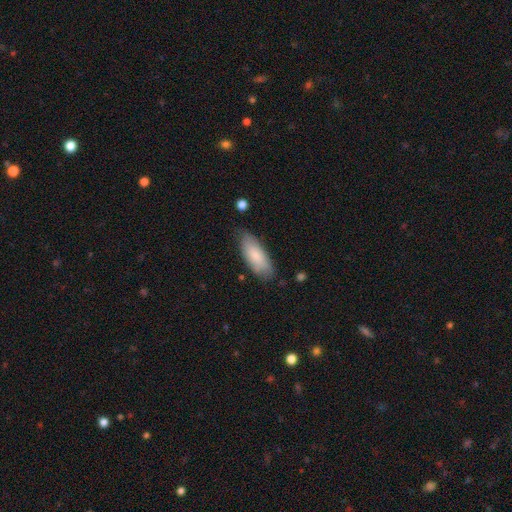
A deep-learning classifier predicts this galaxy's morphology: This appears to be a smooth galaxy with no disk features (80%) that is in between round and cigar-shaped (79%). Merging: none (74%).